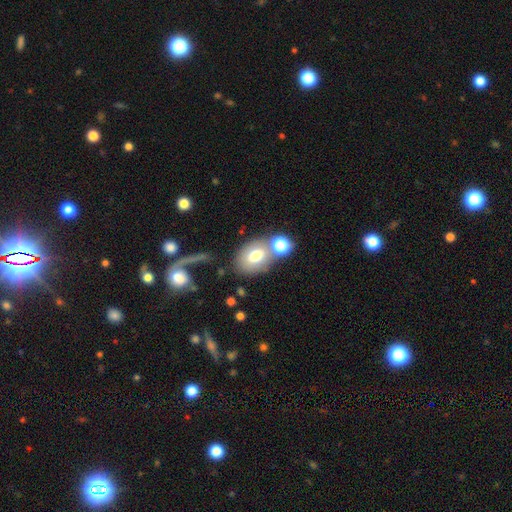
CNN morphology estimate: smooth_or_featured: smooth (p=0.70) [alt: featured or disk p=0.20]
how_rounded: in between (p=0.76) [alt: round p=0.23]
merging: none (p=0.54) [alt: merger p=0.25]